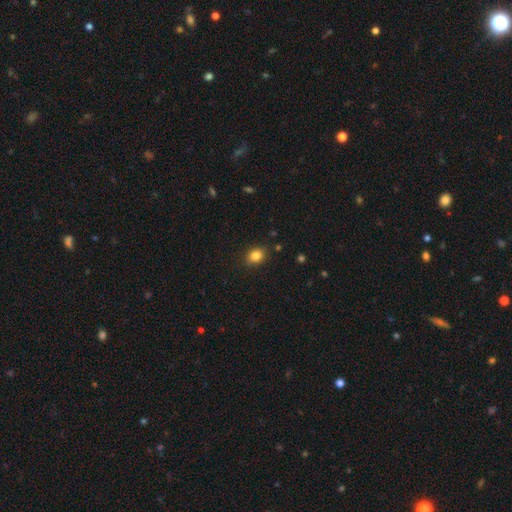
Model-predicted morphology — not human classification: The model was most divided on "how rounded": in between: 51%, round: 48%, cigar-shaped: 1%. More confident: merging — none (86%); smooth or featured — smooth (84%).